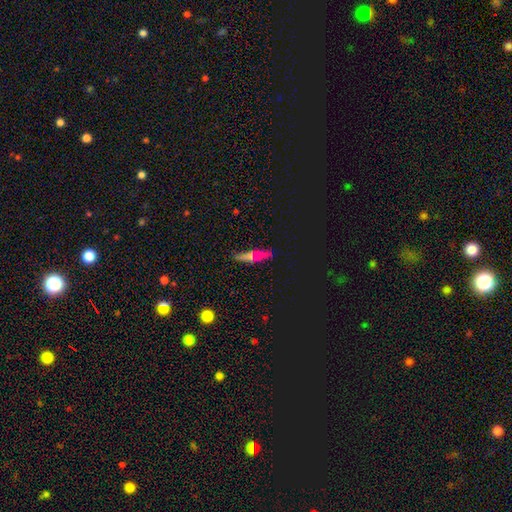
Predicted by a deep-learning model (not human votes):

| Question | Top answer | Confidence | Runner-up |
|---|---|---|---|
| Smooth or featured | smooth | 59% | featured or disk (23%) |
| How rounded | cigar-shaped | 73% | in between (22%) |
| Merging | none | 83% | minor disturbance (11%) |